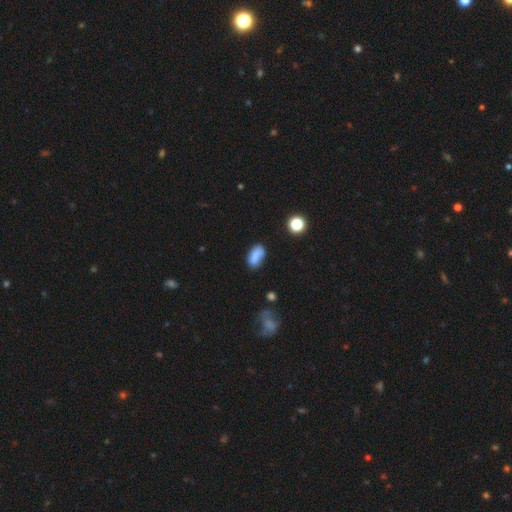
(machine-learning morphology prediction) Q: Smooth or featured?
A: smooth (80%); runner-up: featured or disk (11%)
Q: How rounded?
A: in between (91%); runner-up: round (5%)
Q: Merging?
A: none (68%); runner-up: minor disturbance (22%)